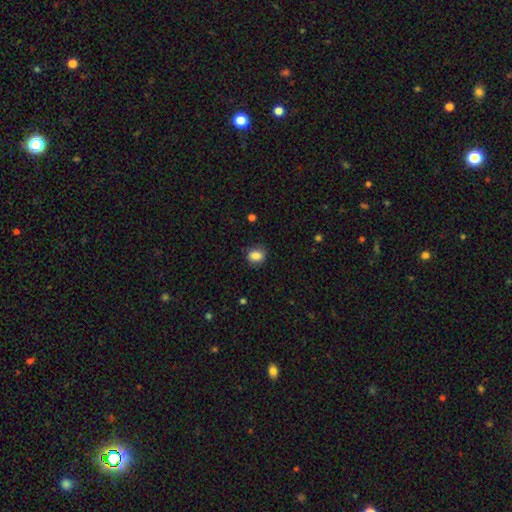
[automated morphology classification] smooth 85%, star or artifact 9%, featured or disk 6%. Down the decision tree: how rounded — round (52%); merging — none (79%).